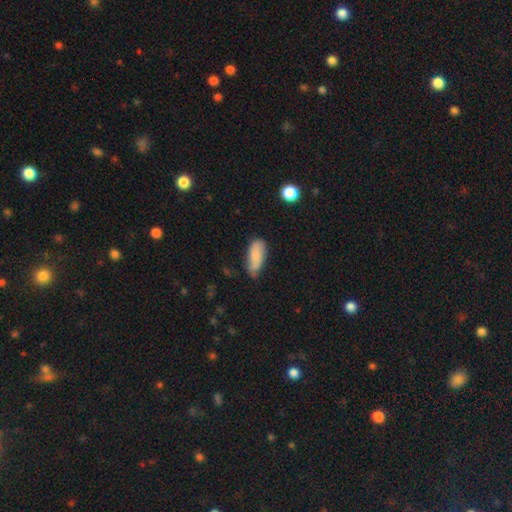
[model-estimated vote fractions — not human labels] Smooth or featured: smooth — 80% (featured or disk — 14%)
How rounded: in between — 81% (cigar-shaped — 17%)
Merging: none — 58% (minor disturbance — 33%)